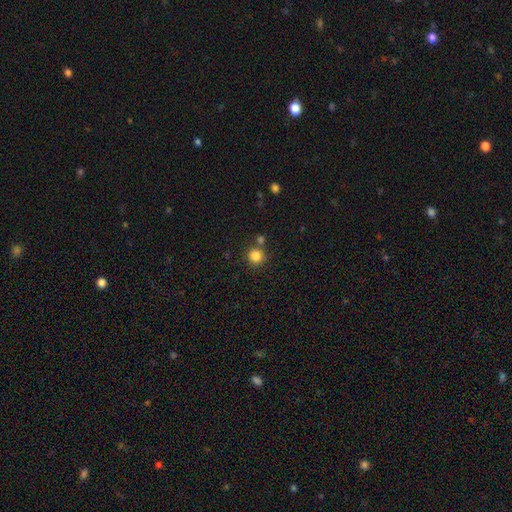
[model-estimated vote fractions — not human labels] smooth_or_featured: smooth (p=0.84) [alt: star or artifact p=0.12]
how_rounded: round (p=0.93) [alt: in between p=0.06]
merging: none (p=0.77) [alt: merger p=0.13]